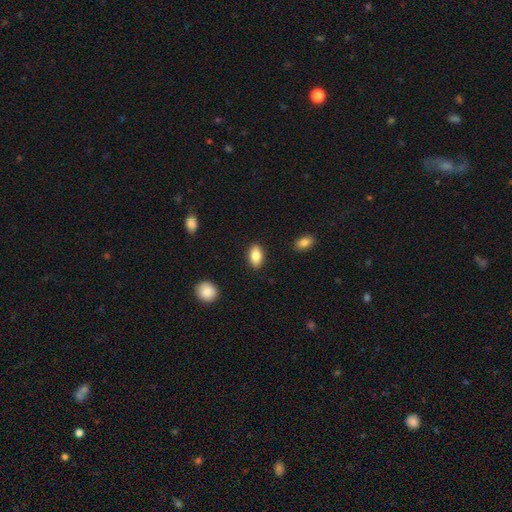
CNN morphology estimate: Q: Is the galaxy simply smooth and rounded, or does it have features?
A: smooth — 84%.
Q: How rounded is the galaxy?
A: in between — 91%.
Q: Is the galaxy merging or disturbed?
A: none — 88%.